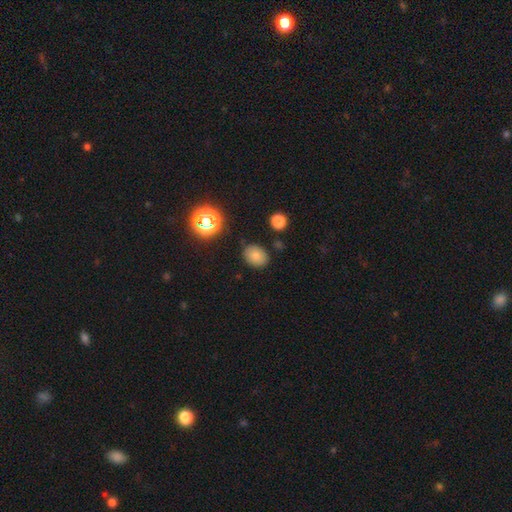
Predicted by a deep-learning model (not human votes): A smooth galaxy with no disk features (77%) that is in between round and cigar-shaped (61%). Merging: none (81%).